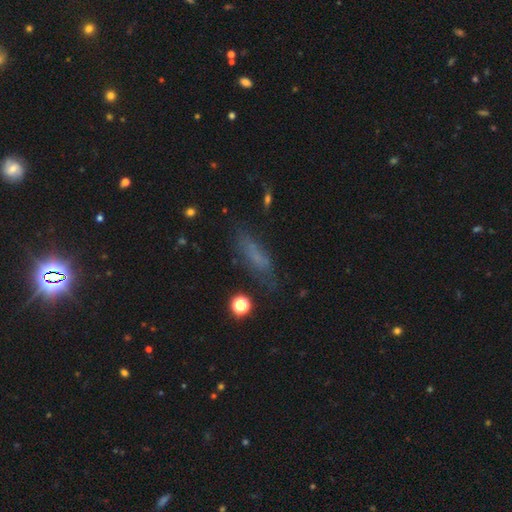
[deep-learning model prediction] Smooth or featured?
  - smooth: 57% *
  - featured or disk: 24%
  - star or artifact: 18%
How rounded?
  - cigar-shaped: 57% *
  - in between: 39%
  - round: 4%
Merging?
  - none: 65% *
  - minor disturbance: 21%
  - major disturbance: 11%
  - merger: 3%